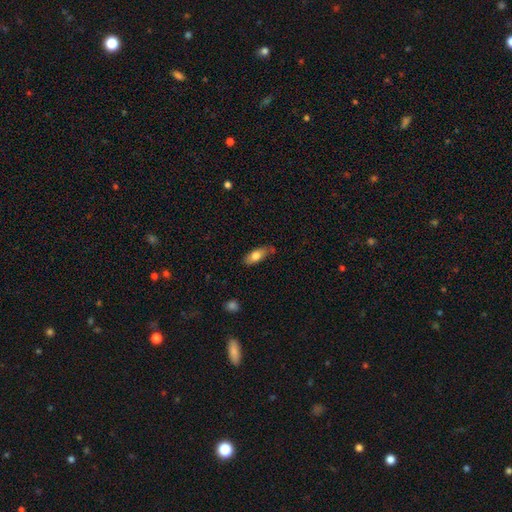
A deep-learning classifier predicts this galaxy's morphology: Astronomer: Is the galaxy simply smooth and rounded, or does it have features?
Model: smooth — 74%.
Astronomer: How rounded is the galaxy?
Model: in between — 74%.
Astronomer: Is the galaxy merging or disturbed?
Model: none — 70%.